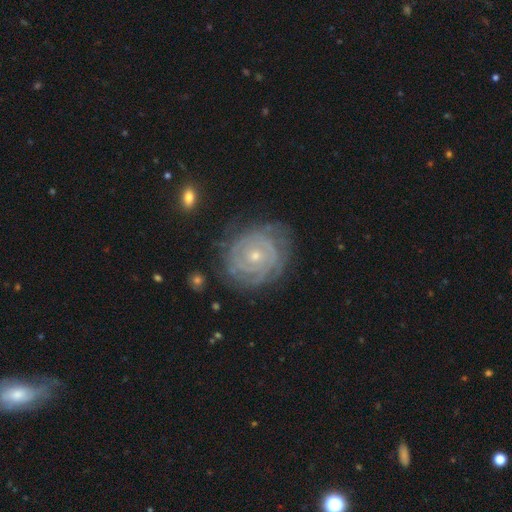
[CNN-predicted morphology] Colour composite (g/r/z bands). It shows a featured or disk galaxy (86%) with no bar (79%), tight (85%) spiral arms (96%) and a small central bulge (69%). Merging: none (77%).